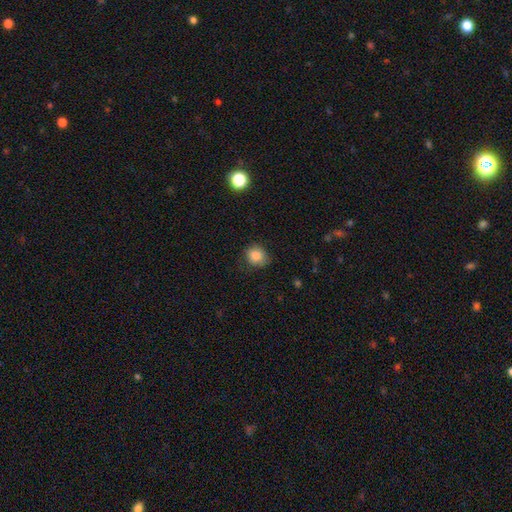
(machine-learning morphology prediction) Smooth or featured? smooth (86%)
How rounded? round (81%)
Merging? none (74%)